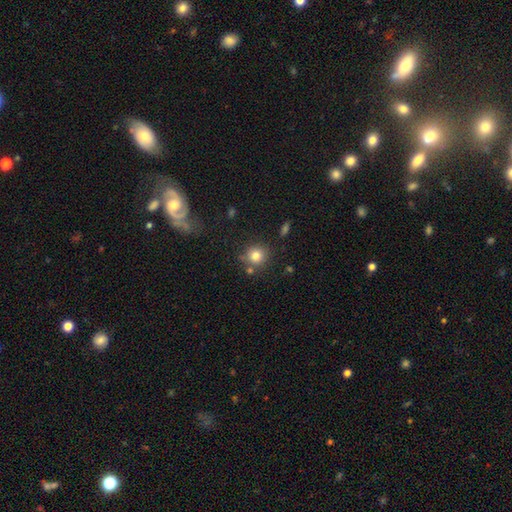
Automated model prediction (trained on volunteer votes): This appears to be a smooth galaxy with no disk features (79%) that is round (90%). Merging: none (76%).